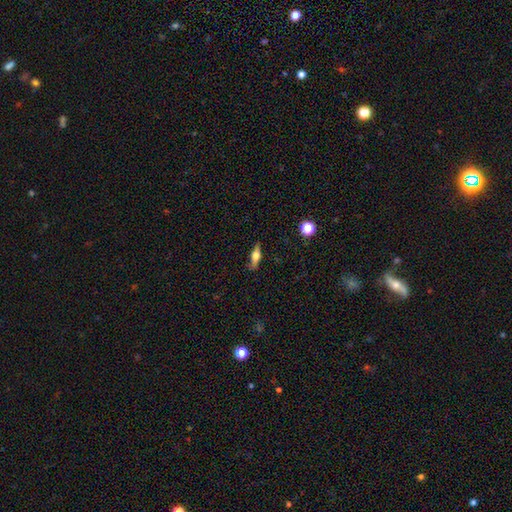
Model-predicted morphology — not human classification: Overall: featured or disk (51%; smooth 42%). Edge-on disk: yes (91%). Merging: none (84%).